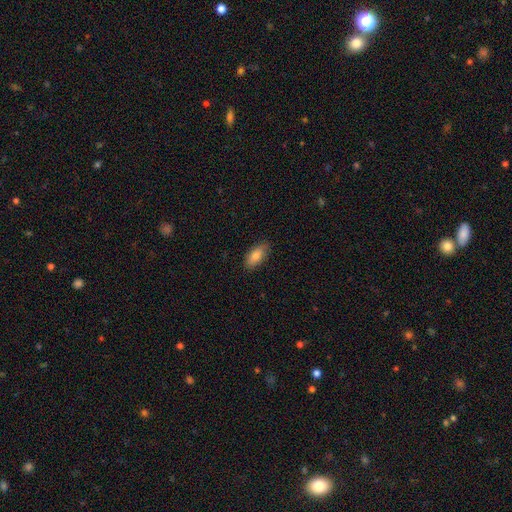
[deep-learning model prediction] A smooth galaxy with no disk features (83%) that is in between round and cigar-shaped (88%). Merging: none (86%).